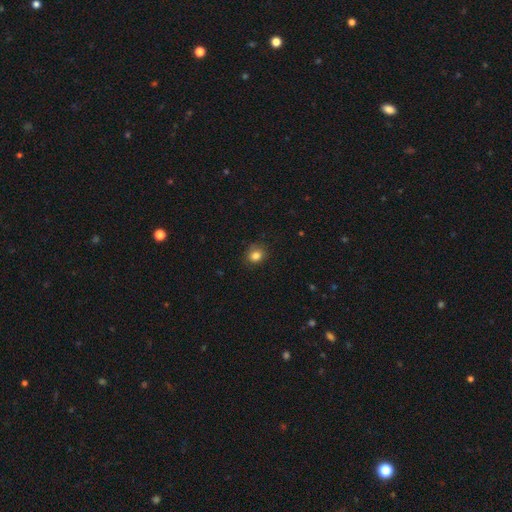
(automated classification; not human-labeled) Q: Smooth or featured?
A: smooth (84%); runner-up: star or artifact (11%)
Q: How rounded?
A: round (74%); runner-up: in between (26%)
Q: Merging?
A: none (81%); runner-up: minor disturbance (15%)